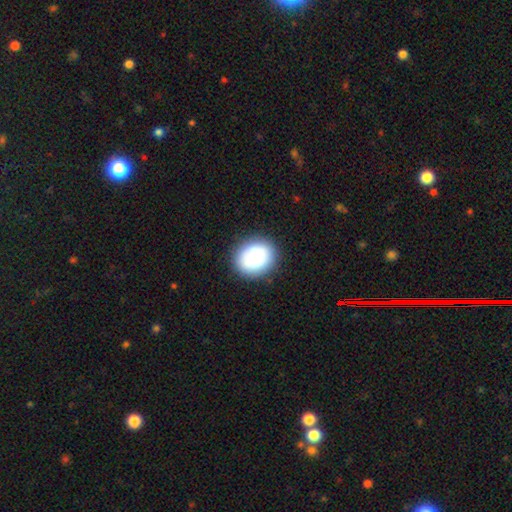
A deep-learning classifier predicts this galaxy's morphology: A smooth galaxy with no disk features (81%) that is round (65%).

Vote fractions:
- Smooth or featured? smooth: 81% / featured or disk: 11% / star or artifact: 8%
- How rounded? round: 65% / in between: 34% / cigar-shaped: 1%
- Merging? none: 88% / minor disturbance: 8% / major disturbance: 2% / merger: 1%